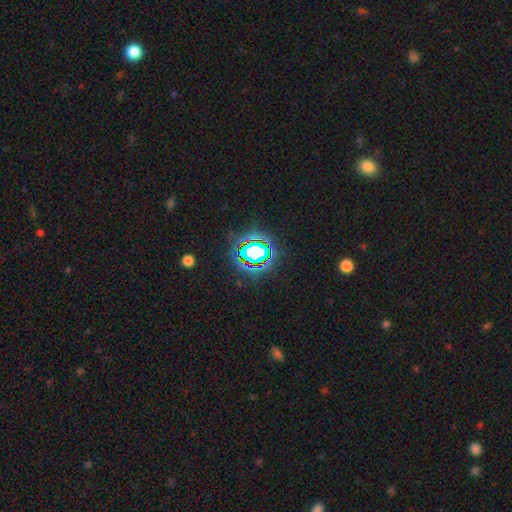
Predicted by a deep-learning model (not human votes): smooth_or_featured: star or artifact (p=0.81) [alt: smooth p=0.12]